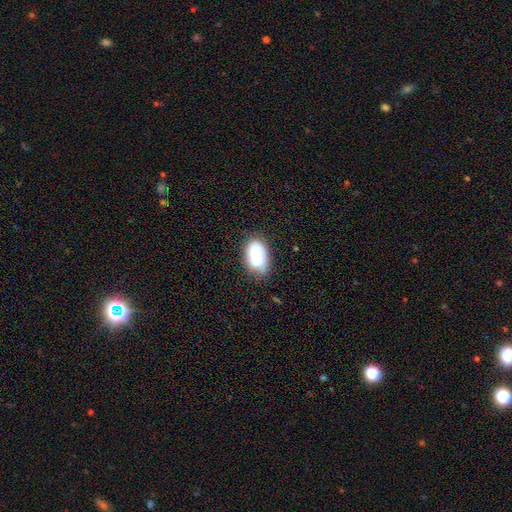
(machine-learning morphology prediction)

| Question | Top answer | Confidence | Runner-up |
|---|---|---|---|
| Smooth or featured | smooth | 59% | featured or disk (33%) |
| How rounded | in between | 89% | round (10%) |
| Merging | none | 63% | minor disturbance (28%) |